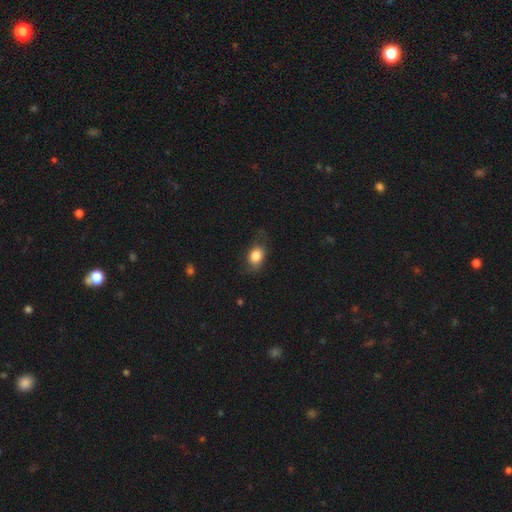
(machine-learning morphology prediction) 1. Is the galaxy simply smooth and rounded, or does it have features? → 82% smooth, 10% featured or disk, 8% star or artifact.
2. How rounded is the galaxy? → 66% in between, 32% round, 2% cigar-shaped.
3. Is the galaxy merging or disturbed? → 65% none, 24% minor disturbance, 9% major disturbance, 1% merger.